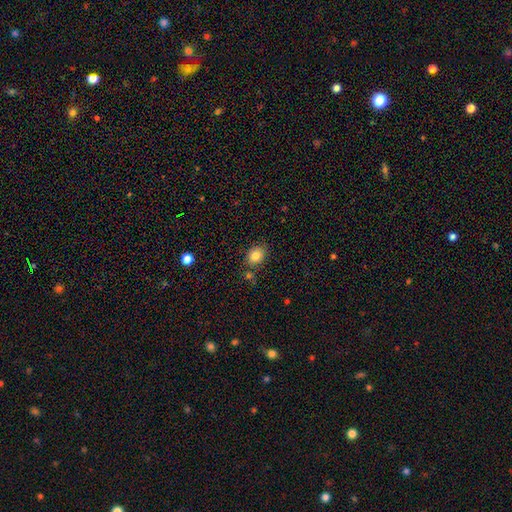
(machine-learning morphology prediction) A smooth galaxy with no disk features (83%) that is in between round and cigar-shaped (57%). Merging: none (76%).